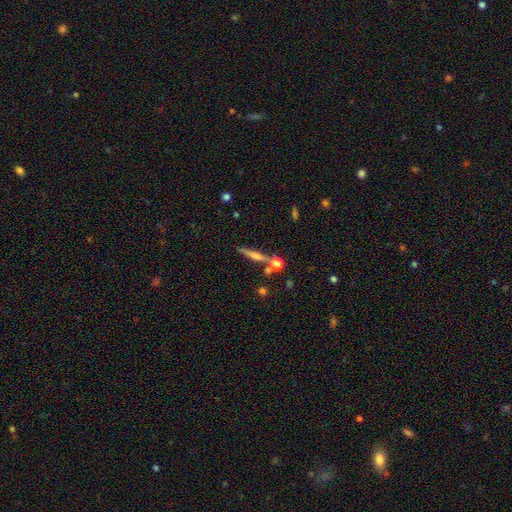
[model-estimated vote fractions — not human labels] Q: Smooth or featured?
A: featured or disk (57%); runner-up: smooth (34%)
Q: Edge-on disk?
A: yes (95%); runner-up: no (5%)
Q: Edge-on bulge?
A: rounded (71%); runner-up: none (18%)
Q: Merging?
A: none (76%); runner-up: merger (11%)